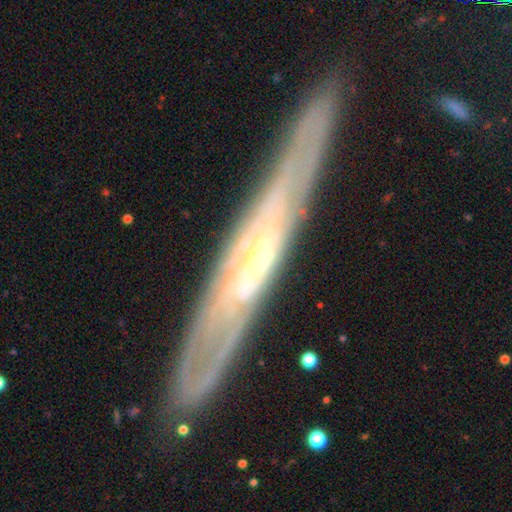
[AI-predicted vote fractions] Smooth or featured: featured or disk — 80% (smooth — 14%)
Edge-on disk: yes — 70% (no — 30%)
Edge-on bulge: rounded — 47% (tied with none — 47%)
Merging: none — 85% (minor disturbance — 10%)